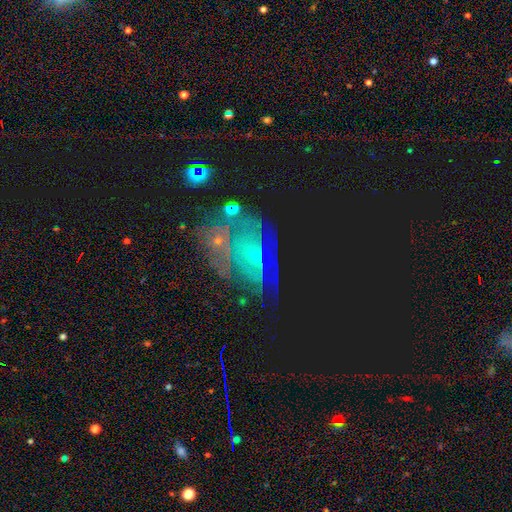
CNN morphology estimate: Smooth or featured? Predicted: featured or disk (p=0.54). Edge-on disk? Predicted: no (p=0.94). Bar? Predicted: no (p=0.66). Spiral arms? Predicted: yes (p=0.69). Bulge size? Predicted: small (p=0.76). Merging? Predicted: none (p=0.53).